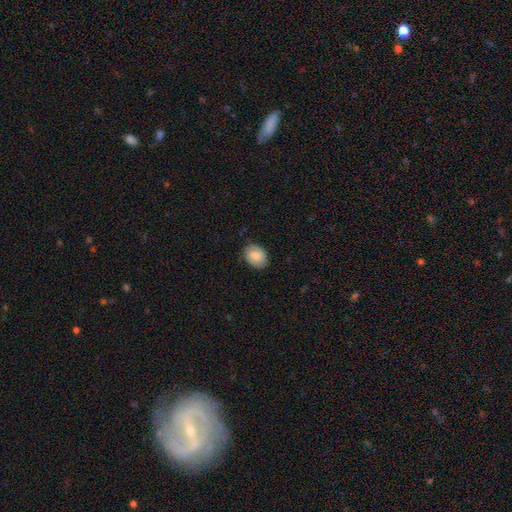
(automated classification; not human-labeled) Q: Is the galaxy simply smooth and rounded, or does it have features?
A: smooth — 81%.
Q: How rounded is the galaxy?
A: in between — 75%.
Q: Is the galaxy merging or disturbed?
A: none — 81%.